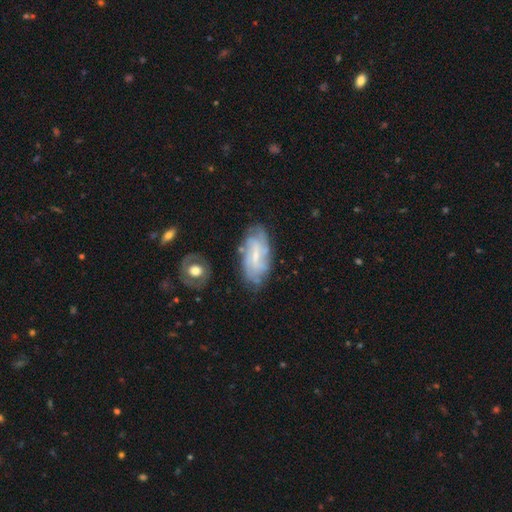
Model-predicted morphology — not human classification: This appears to be a featured or disk galaxy (72%) with a weak bar (53%), tight (47%) spiral arms (88%) and a small central bulge (64%). Merging: none (72%).